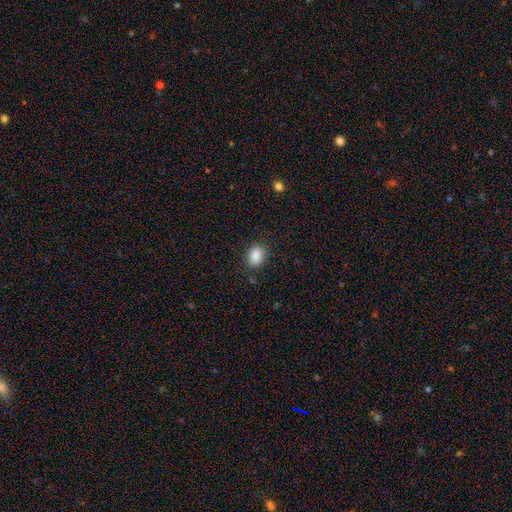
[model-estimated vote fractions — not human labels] This appears to be a smooth galaxy with no disk features (88%) that is in between round and cigar-shaped (78%). Merging: none (85%).